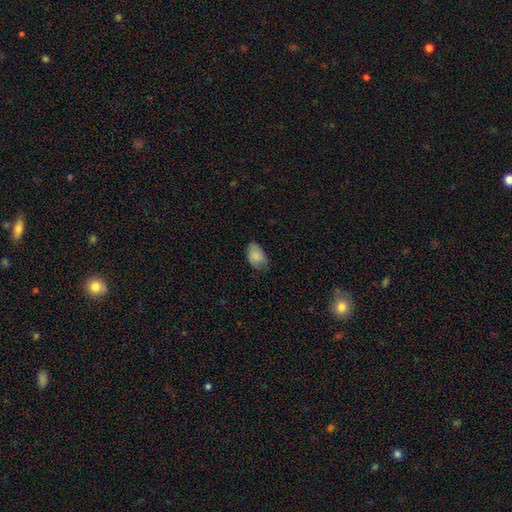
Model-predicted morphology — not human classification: Overall: smooth (80%). How rounded: in between (89%). Merging: none (60%; minor disturbance 32%).